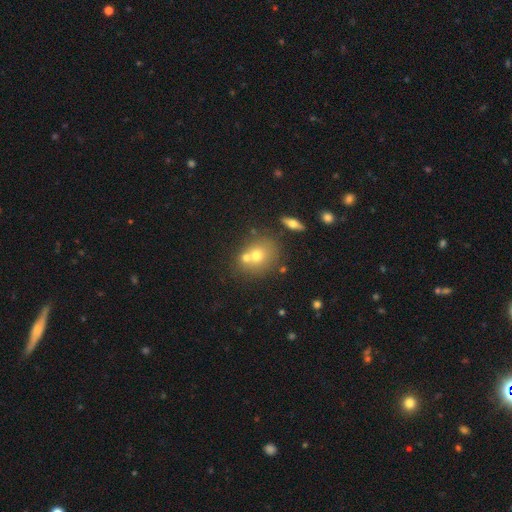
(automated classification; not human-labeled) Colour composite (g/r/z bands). It shows a smooth galaxy with no disk features (64%) that is round (71%). Merging: none (48%).